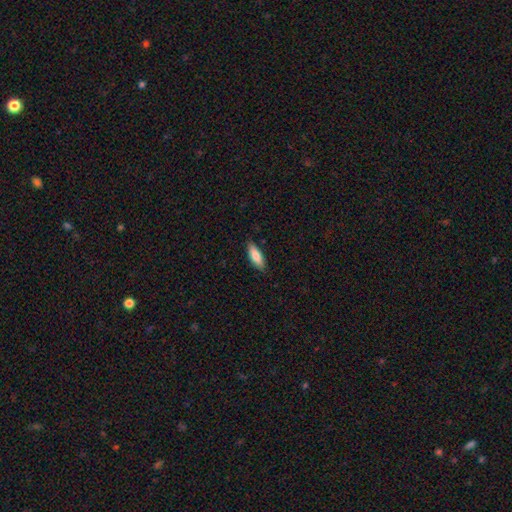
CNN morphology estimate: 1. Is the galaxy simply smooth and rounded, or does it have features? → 79% smooth, 15% featured or disk, 6% star or artifact.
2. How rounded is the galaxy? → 60% in between, 38% cigar-shaped, 2% round.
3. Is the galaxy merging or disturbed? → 87% none, 10% minor disturbance, 2% major disturbance, 1% merger.